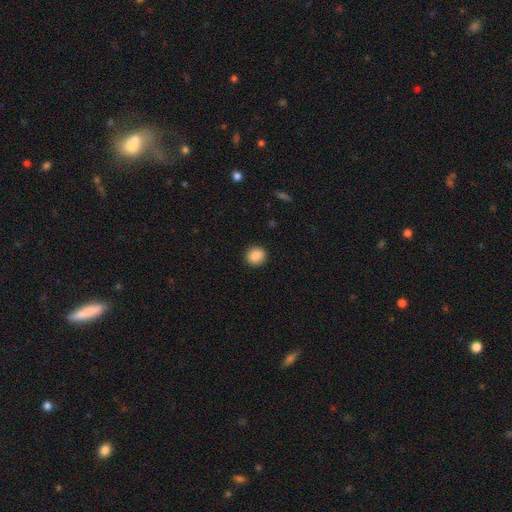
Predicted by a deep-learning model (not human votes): smooth_or_featured: smooth (p=0.89) [alt: star or artifact p=0.09]
how_rounded: round (p=0.88) [alt: in between p=0.11]
merging: none (p=0.92) [alt: minor disturbance p=0.06]